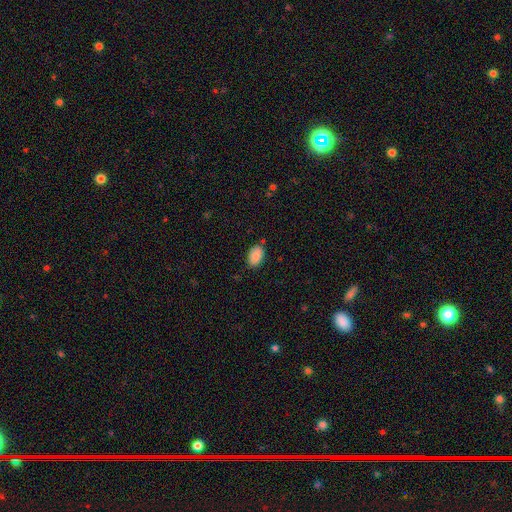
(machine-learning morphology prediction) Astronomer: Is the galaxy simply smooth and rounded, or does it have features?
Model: smooth — 89%.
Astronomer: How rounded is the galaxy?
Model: in between — 91%.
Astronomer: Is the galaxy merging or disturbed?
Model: none — 81%.